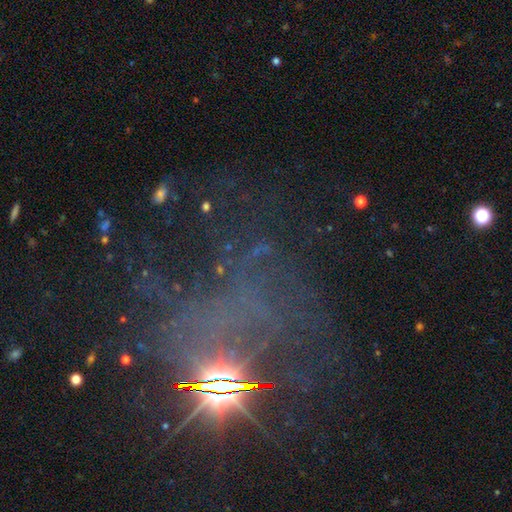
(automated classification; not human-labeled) This appears to be a star or artifact, not a galaxy (67%).